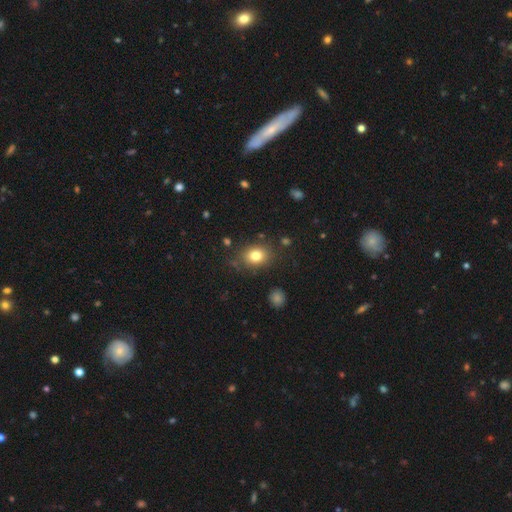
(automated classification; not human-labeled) The model was most divided on "how rounded": in between: 55%, round: 44%, cigar-shaped: 1%. More confident: merging — none (81%); smooth or featured — smooth (80%).